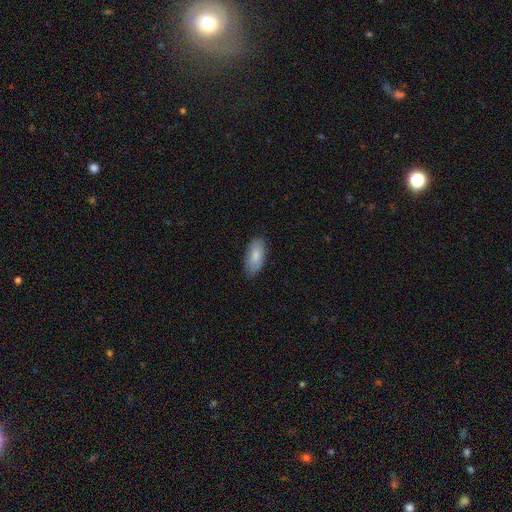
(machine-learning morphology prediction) This appears to be a smooth galaxy with no disk features (83%) that is in between round and cigar-shaped (90%). Merging: none (80%).